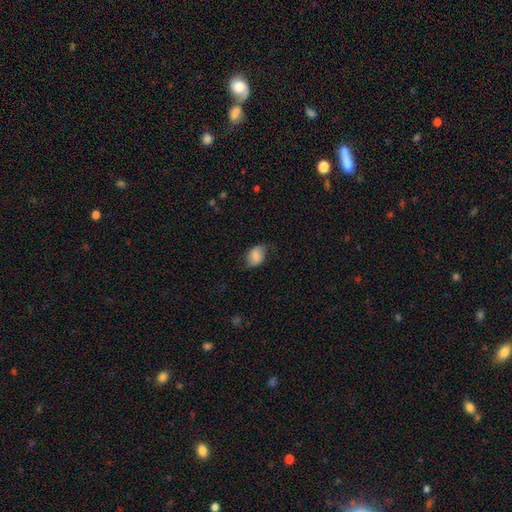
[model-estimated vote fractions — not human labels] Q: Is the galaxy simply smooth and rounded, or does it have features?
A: smooth — 73%.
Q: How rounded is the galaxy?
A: in between — 77%.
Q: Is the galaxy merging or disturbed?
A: none — 62%.